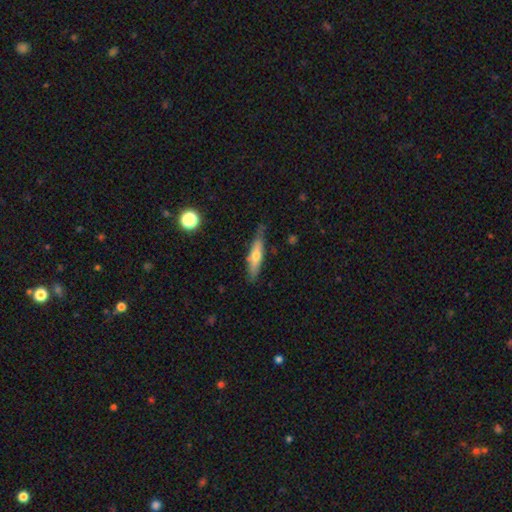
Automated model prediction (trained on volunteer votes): The model was most divided on "smooth or featured": smooth: 52%, featured or disk: 42%, star or artifact: 6%. More confident: how rounded — cigar-shaped (77%); merging — none (74%).